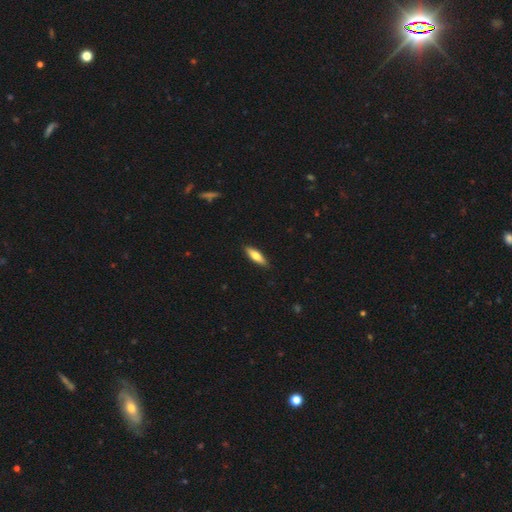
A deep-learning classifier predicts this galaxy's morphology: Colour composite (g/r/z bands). It shows a smooth galaxy with no disk features (68%) that is cigar-shaped (59%). Merging: none (89%).